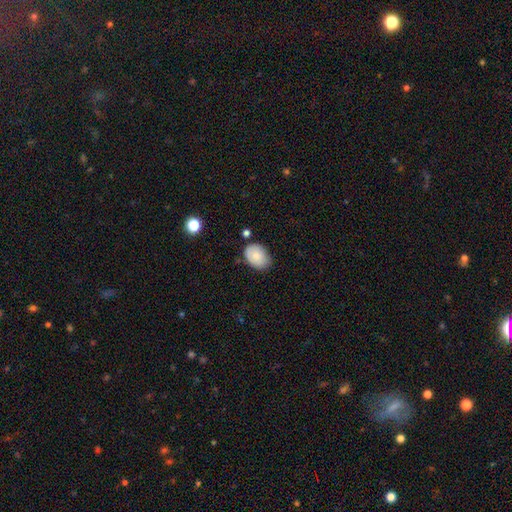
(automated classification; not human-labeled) Smooth or featured? Predicted: smooth (p=0.84). How rounded? Predicted: in between (p=0.78). Merging? Predicted: none (p=0.68).